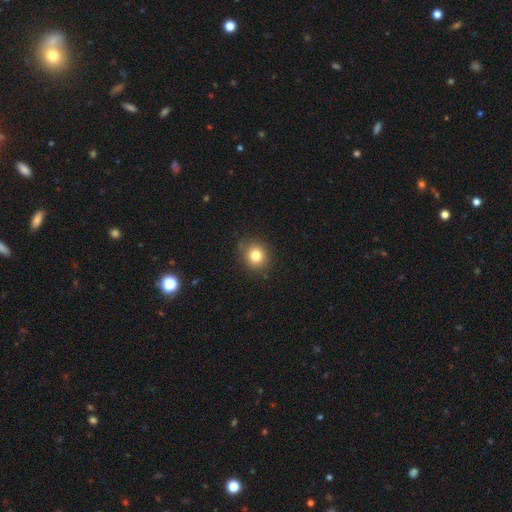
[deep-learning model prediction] This appears to be a smooth galaxy with no disk features (81%) that is round (80%). Merging: none (85%).